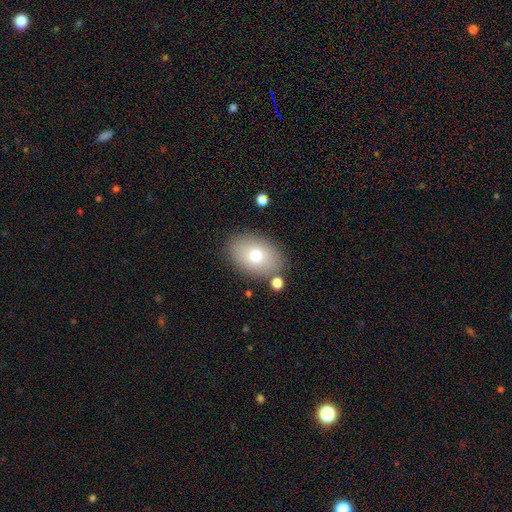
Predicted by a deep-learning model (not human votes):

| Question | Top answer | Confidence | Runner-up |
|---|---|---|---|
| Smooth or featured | smooth | 74% | featured or disk (17%) |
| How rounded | in between | 84% | round (15%) |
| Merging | none | 81% | minor disturbance (11%) |